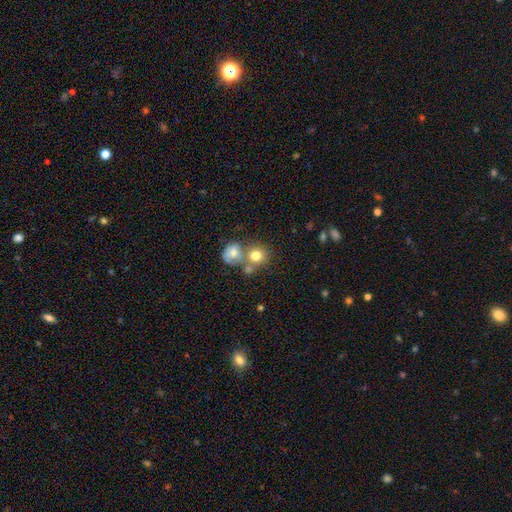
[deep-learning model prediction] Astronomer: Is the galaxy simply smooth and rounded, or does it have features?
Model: smooth — 75%.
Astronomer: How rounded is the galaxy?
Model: round — 80%.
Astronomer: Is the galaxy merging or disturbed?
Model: merger — 44% (runner-up: none, 43%).